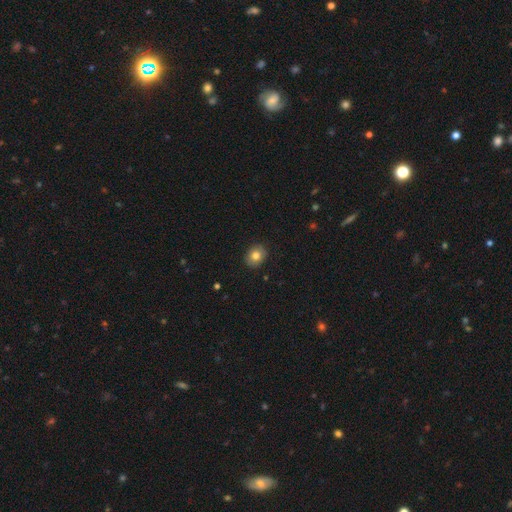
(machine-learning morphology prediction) A smooth galaxy with no disk features (81%) that is round (57%).

Vote fractions:
- Smooth or featured? smooth: 81% / featured or disk: 10% / star or artifact: 9%
- How rounded? round: 57% / in between: 42% / cigar-shaped: 1%
- Merging? none: 89% / minor disturbance: 8% / major disturbance: 2% / merger: 1%